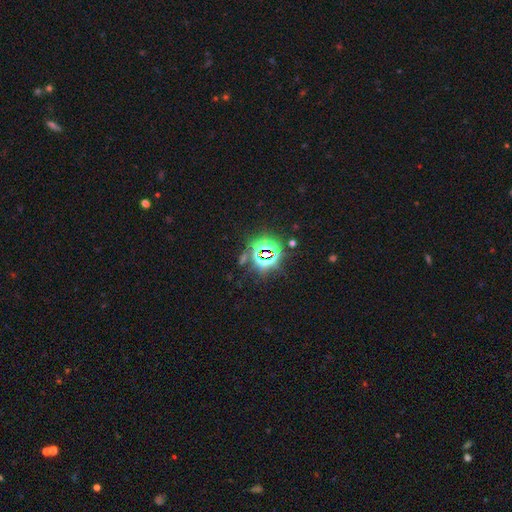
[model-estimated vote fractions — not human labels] star or artifact 83%, smooth 10%, featured or disk 7%.